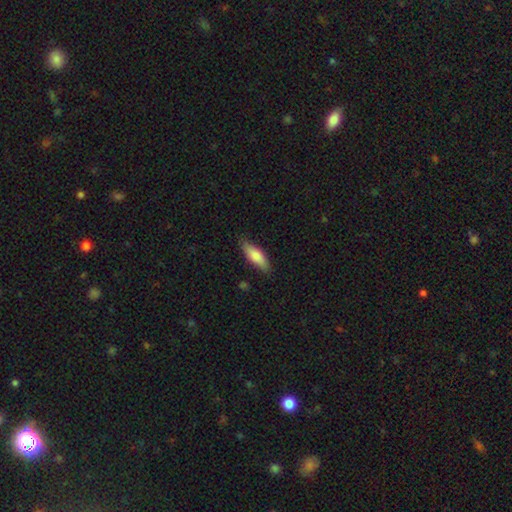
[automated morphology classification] A smooth galaxy with no disk features (78%) that is in between round and cigar-shaped (55%). Merging: none (82%).